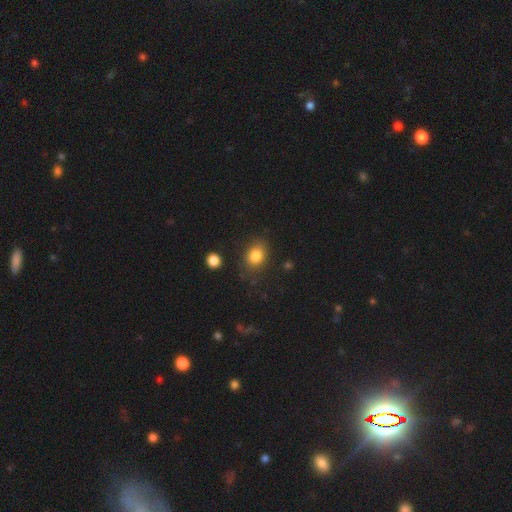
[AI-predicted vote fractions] smooth-or-featured: smooth: 82% | star or artifact: 10% | featured or disk: 7%
  how-rounded: in between: 57% | round: 42% | cigar-shaped: 1%
  merging: none: 79% | minor disturbance: 14% | major disturbance: 4% | merger: 3%